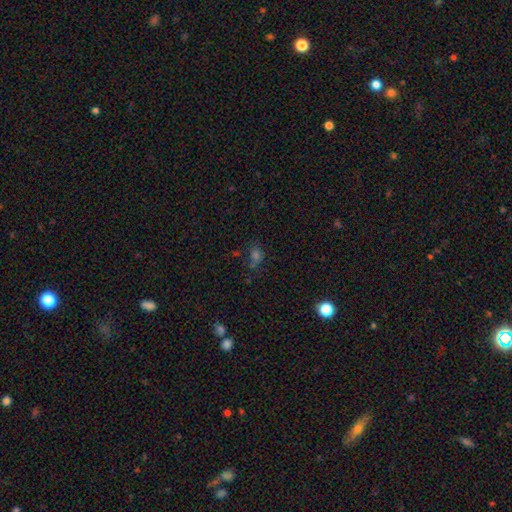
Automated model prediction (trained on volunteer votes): This appears to be a smooth galaxy with no disk features (48%). Merging: none (62%).